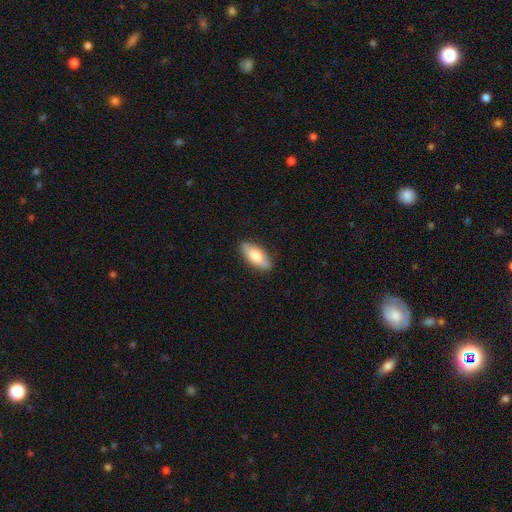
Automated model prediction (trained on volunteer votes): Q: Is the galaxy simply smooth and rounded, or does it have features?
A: smooth — 73%.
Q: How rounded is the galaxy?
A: in between — 82%.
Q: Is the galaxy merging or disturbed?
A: none — 87%.